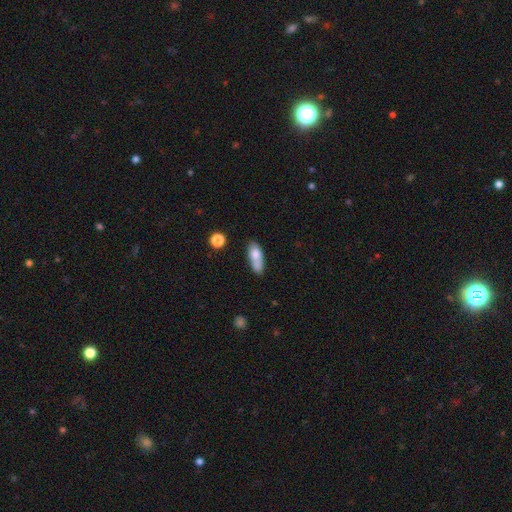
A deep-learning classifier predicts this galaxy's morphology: This is likely a smooth galaxy (75%). How rounded: likely in between (68%). Merging: possibly none (49%).